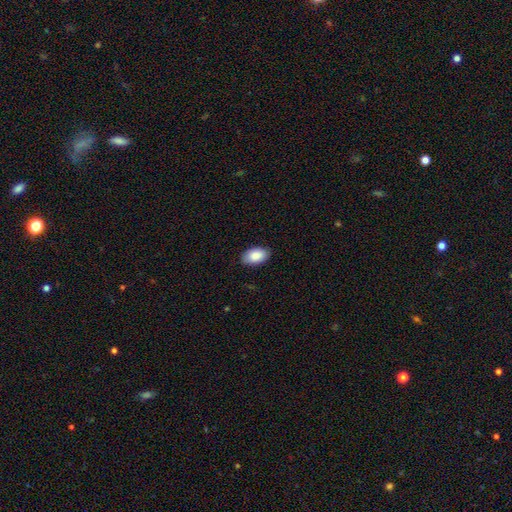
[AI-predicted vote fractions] Smooth or featured? smooth (89%)
How rounded? in between (94%)
Merging? none (86%)